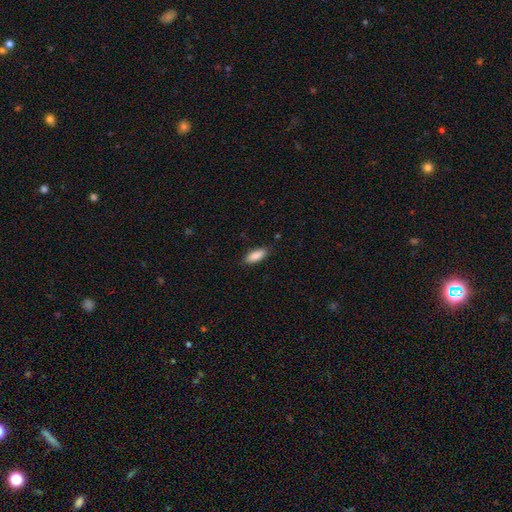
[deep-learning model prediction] Smooth or featured: smooth — 89% (star or artifact — 6%)
How rounded: in between — 77% (cigar-shaped — 21%)
Merging: none — 85% (minor disturbance — 11%)